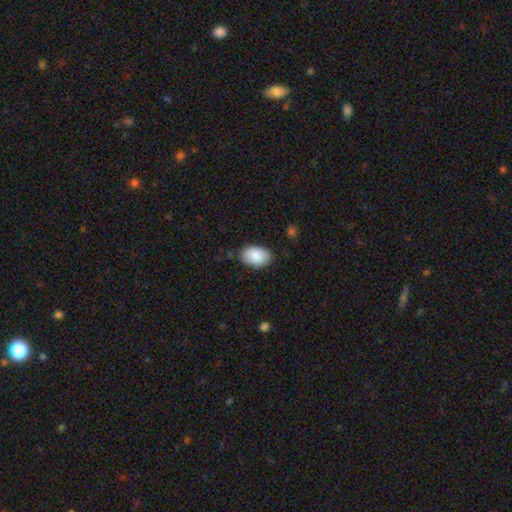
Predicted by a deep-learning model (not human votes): smooth_or_featured: smooth (p=0.89) [alt: star or artifact p=0.06]
how_rounded: in between (p=0.91) [alt: round p=0.08]
merging: none (p=0.83) [alt: minor disturbance p=0.13]